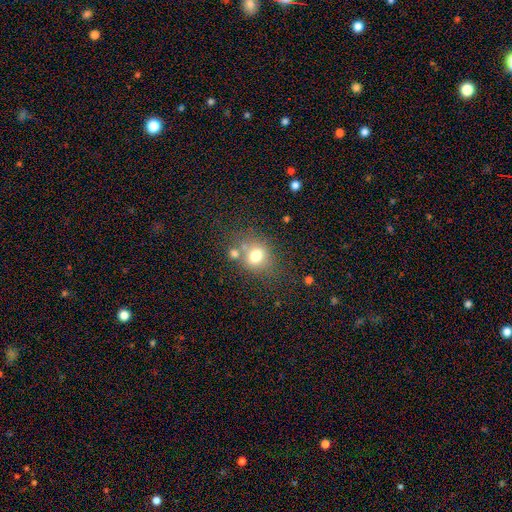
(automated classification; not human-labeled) smooth_or_featured: smooth (p=0.71) [alt: featured or disk p=0.15]
how_rounded: round (p=0.66) [alt: in between p=0.33]
merging: none (p=0.60) [alt: merger p=0.19]